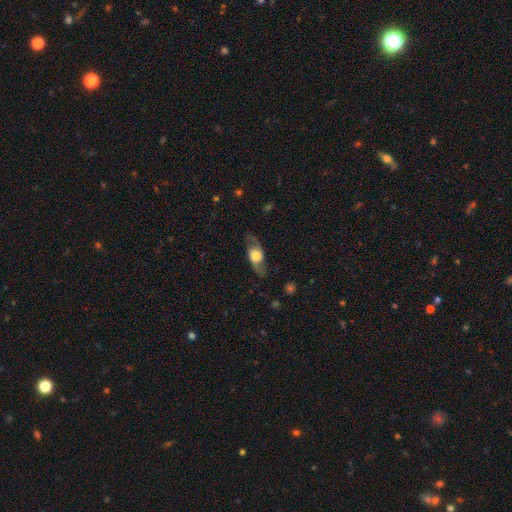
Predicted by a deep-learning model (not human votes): This appears to be a featured or disk galaxy (55%). Merging: none (75%).